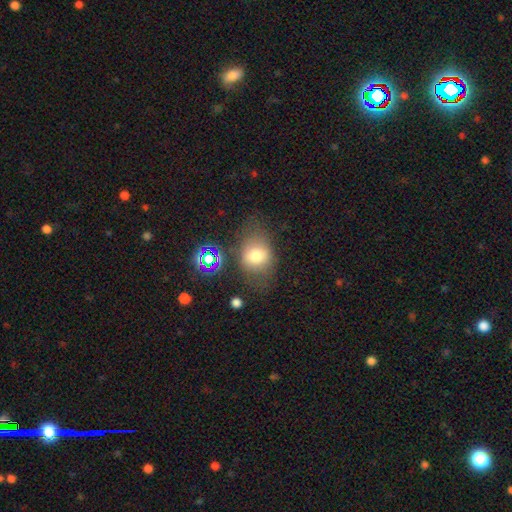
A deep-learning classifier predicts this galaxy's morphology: smooth-or-featured: smooth: 69% | featured or disk: 17% | star or artifact: 14%
  how-rounded: in between: 54% | round: 45% | cigar-shaped: 1%
  merging: none: 60% | minor disturbance: 22% | major disturbance: 13% | merger: 6%